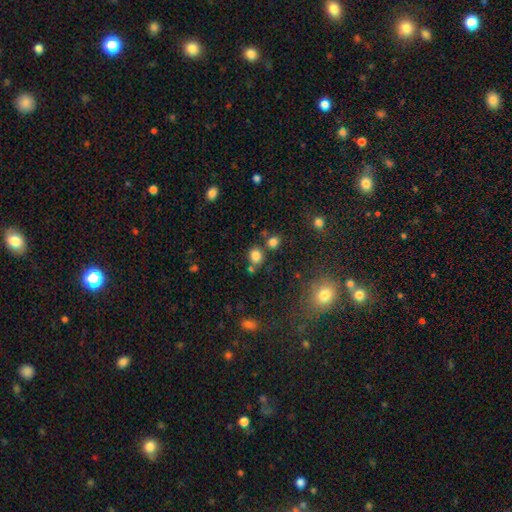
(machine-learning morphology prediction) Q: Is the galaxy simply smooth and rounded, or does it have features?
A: smooth — 81%.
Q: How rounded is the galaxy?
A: round — 65%.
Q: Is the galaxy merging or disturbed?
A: none — 68%.